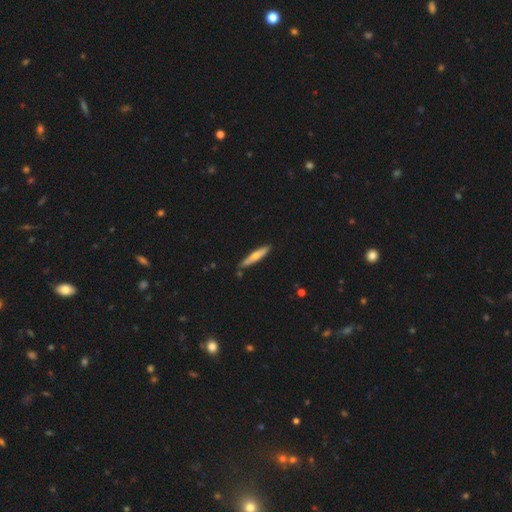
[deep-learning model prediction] Q: Smooth or featured?
A: smooth (60%); runner-up: featured or disk (35%)
Q: How rounded?
A: cigar-shaped (90%); runner-up: in between (8%)
Q: Merging?
A: none (83%); runner-up: minor disturbance (12%)